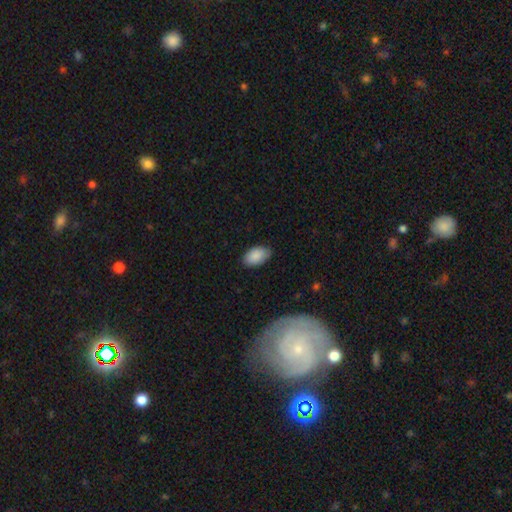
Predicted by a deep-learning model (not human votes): This appears to be a smooth galaxy with no disk features (88%) that is in between round and cigar-shaped (94%). Merging: none (81%).